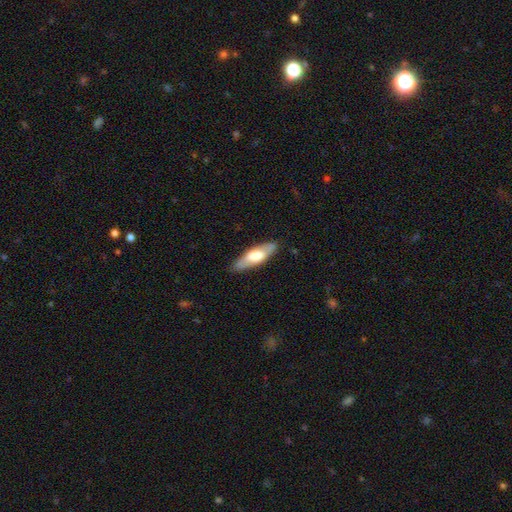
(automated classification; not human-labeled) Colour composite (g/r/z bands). It shows a smooth galaxy with no disk features (54%) that is in between round and cigar-shaped (51%). Merging: none (82%).